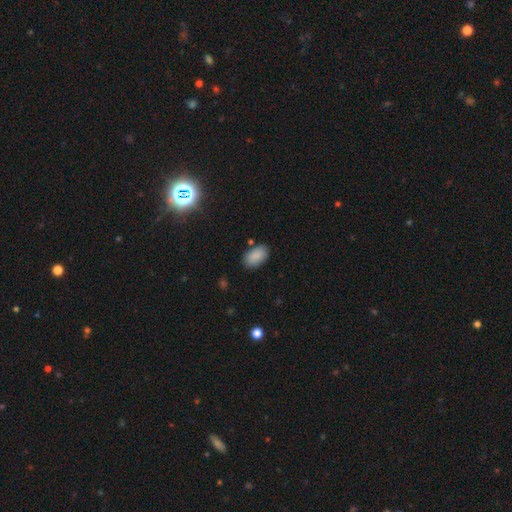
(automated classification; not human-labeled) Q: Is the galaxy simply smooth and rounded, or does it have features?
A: smooth — 88%.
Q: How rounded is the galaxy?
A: in between — 93%.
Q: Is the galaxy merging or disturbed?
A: none — 82%.